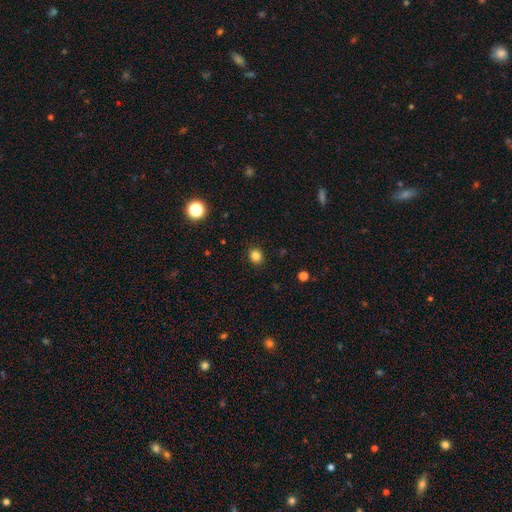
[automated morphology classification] smooth-or-featured: smooth: 83% | star or artifact: 12% | featured or disk: 4%
  how-rounded: round: 74% | in between: 25% | cigar-shaped: 1%
  merging: none: 90% | minor disturbance: 7% | major disturbance: 2% | merger: 1%